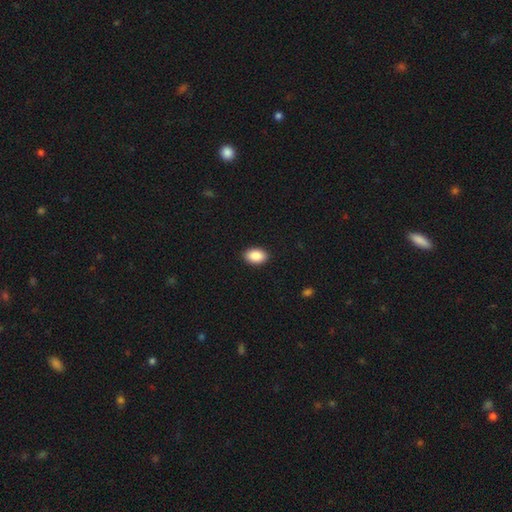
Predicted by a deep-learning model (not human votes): Overall: smooth (90%). How rounded: in between (91%). Merging: none (91%).